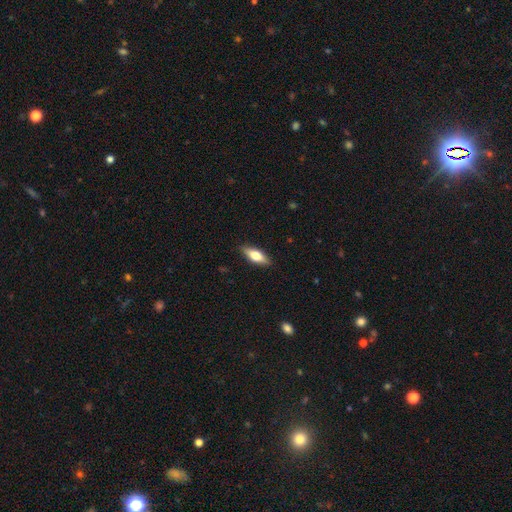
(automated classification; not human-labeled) smooth_or_featured: smooth (p=0.66) [alt: featured or disk p=0.28]
how_rounded: in between (p=0.65) [alt: cigar-shaped p=0.32]
merging: none (p=0.87) [alt: minor disturbance p=0.10]